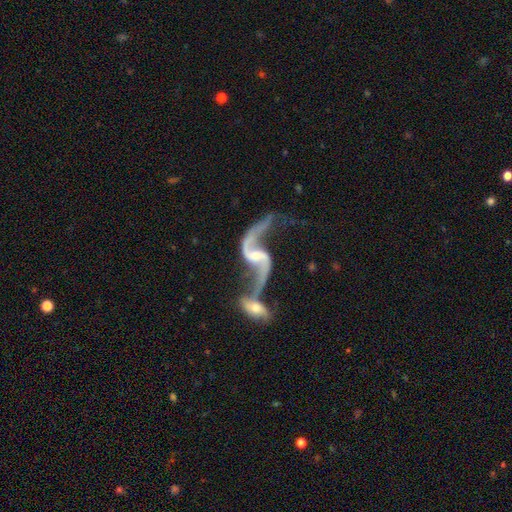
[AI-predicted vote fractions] Smooth or featured: featured or disk — 91% (star or artifact — 5%)
Edge-on disk: no — 96% (yes — 4%)
Bar: weak — 44% (no — 36%)
Spiral arms: yes — 96% (no — 4%)
Spiral winding: loose — 90% (medium — 7%)
Spiral arm count: 2 — 93% (1 — 3%)
Bulge size: small — 48% (moderate — 33%)
Merging: merger — 52% (none — 25%)